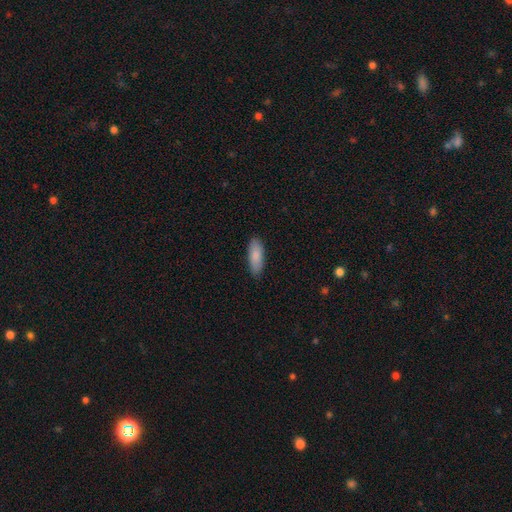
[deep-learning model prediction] This appears to be a smooth galaxy with no disk features (87%) that is in between round and cigar-shaped (69%). Merging: none (86%).